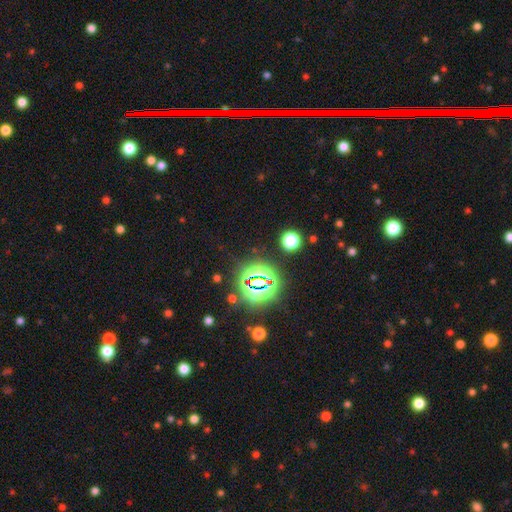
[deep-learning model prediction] Smooth or featured? Predicted: star or artifact (p=0.79).